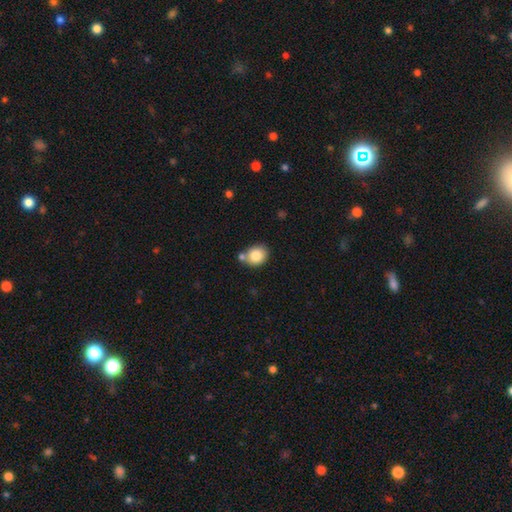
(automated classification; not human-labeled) This is clearly a smooth galaxy (81%). How rounded: likely round (61%). Merging: likely none (61%).